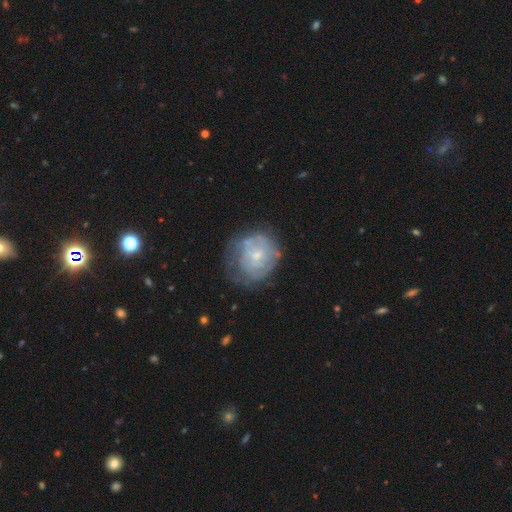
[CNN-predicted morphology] This appears to be a featured or disk galaxy (66%) with no bar (68%), spiral arms (66%) and a small central bulge (66%). Merging: none (52%).